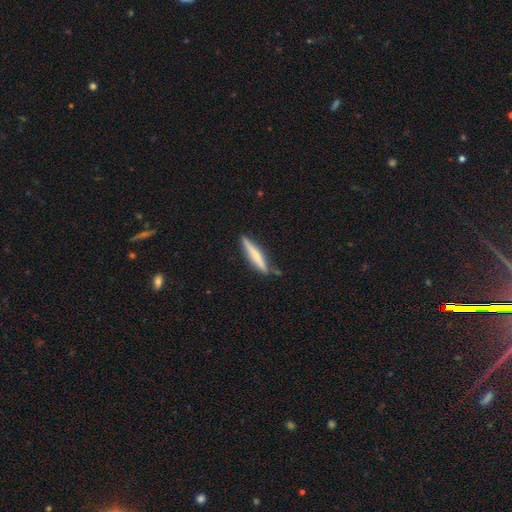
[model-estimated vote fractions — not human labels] smooth_or_featured: smooth (p=0.59) [alt: featured or disk p=0.35]
how_rounded: cigar-shaped (p=0.91) [alt: in between p=0.08]
merging: none (p=0.77) [alt: minor disturbance p=0.17]